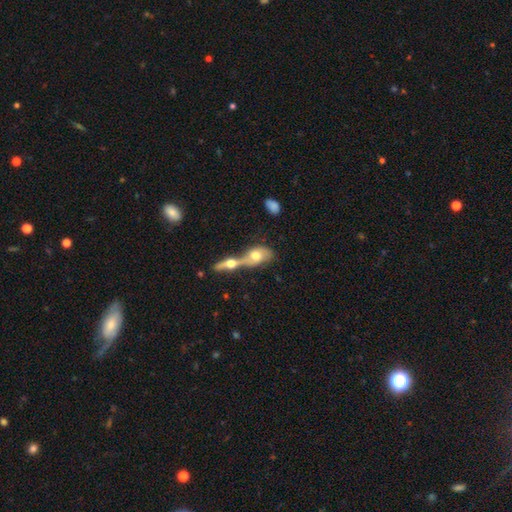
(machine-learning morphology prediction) A smooth galaxy with no disk features (53%) that is in between round and cigar-shaped (76%). Merging: merger (70%).